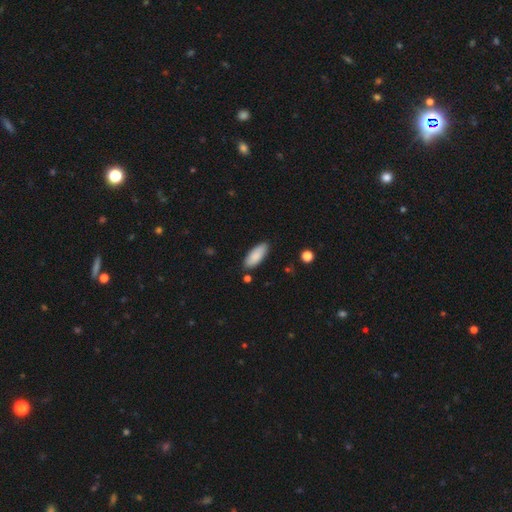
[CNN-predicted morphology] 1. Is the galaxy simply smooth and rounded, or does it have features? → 87% smooth, 7% featured or disk, 6% star or artifact.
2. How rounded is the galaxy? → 80% in between, 18% cigar-shaped, 2% round.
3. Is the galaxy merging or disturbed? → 85% none, 11% minor disturbance, 2% merger, 2% major disturbance.